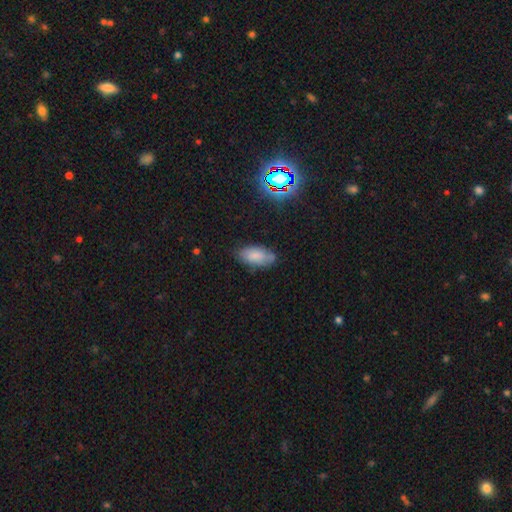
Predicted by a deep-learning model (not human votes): The model was most divided on "merging": none: 71%, minor disturbance: 22%, major disturbance: 5%, merger: 2%. More confident: how rounded — in between (92%); smooth or featured — smooth (74%).